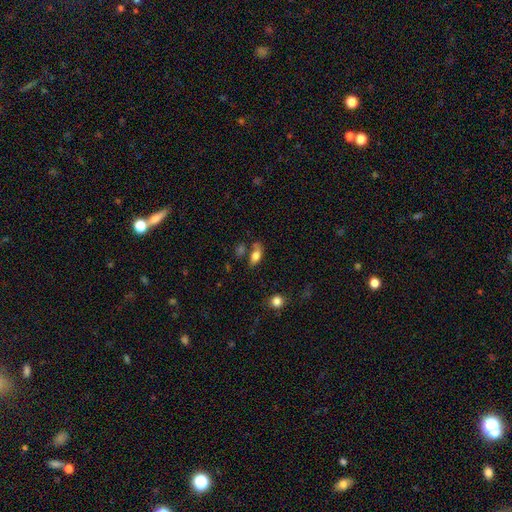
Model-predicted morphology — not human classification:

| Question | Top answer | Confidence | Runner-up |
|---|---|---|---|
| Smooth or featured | smooth | 75% | featured or disk (16%) |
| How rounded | in between | 84% | cigar-shaped (10%) |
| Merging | none | 52% | merger (19%) |